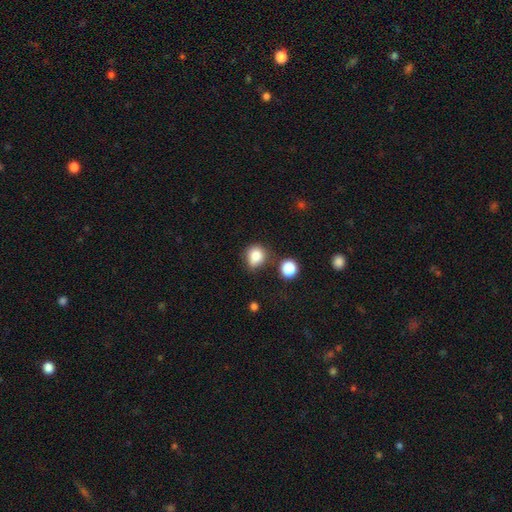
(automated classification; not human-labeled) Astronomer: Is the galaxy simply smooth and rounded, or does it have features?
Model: smooth — 82%.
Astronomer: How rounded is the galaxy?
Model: round — 74%.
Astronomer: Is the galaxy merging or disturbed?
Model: none — 57%.